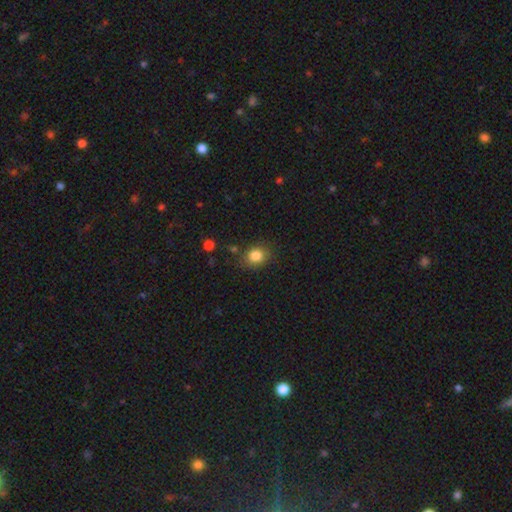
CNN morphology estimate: Smooth or featured? smooth (84%)
How rounded? round (62%)
Merging? none (77%)